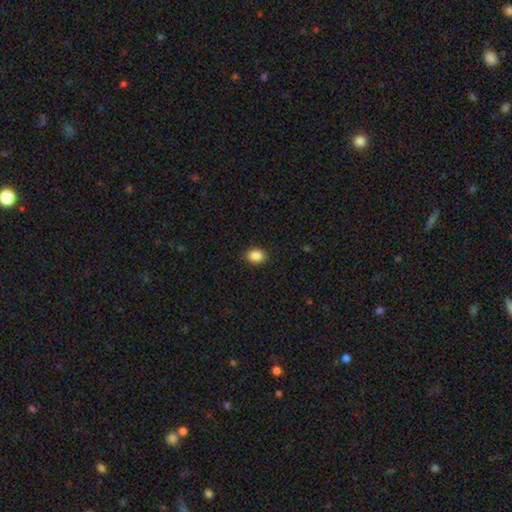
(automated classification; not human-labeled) This appears to be a smooth galaxy with no disk features (88%) that is in between round and cigar-shaped (61%). Merging: none (90%).